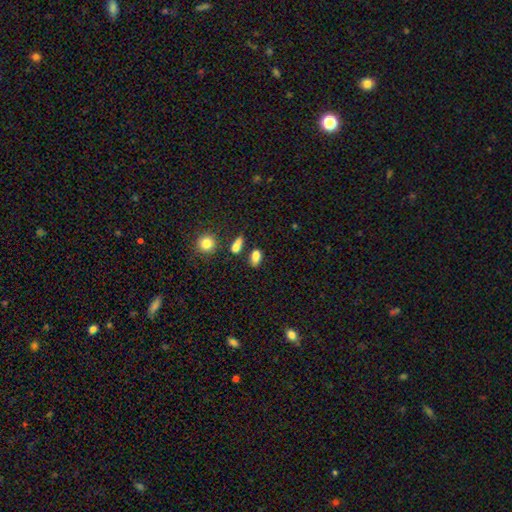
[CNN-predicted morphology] Smooth or featured?
  - smooth: 83% *
  - star or artifact: 10%
  - featured or disk: 8%
How rounded?
  - in between: 84% *
  - round: 10%
  - cigar-shaped: 6%
Merging?
  - none: 71% *
  - minor disturbance: 14%
  - merger: 11%
  - major disturbance: 4%